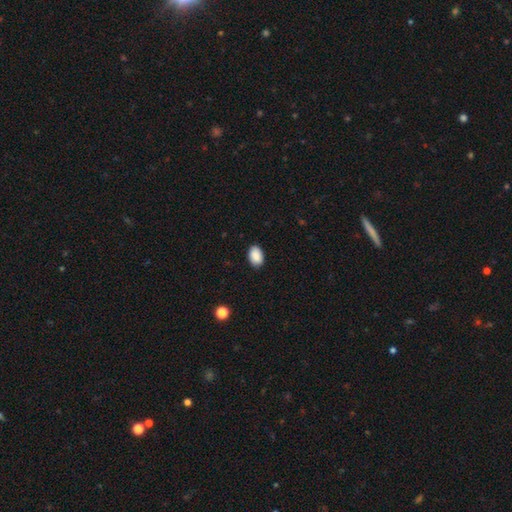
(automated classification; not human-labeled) This appears to be a smooth galaxy with no disk features (90%) that is in between round and cigar-shaped (89%). Merging: none (88%).